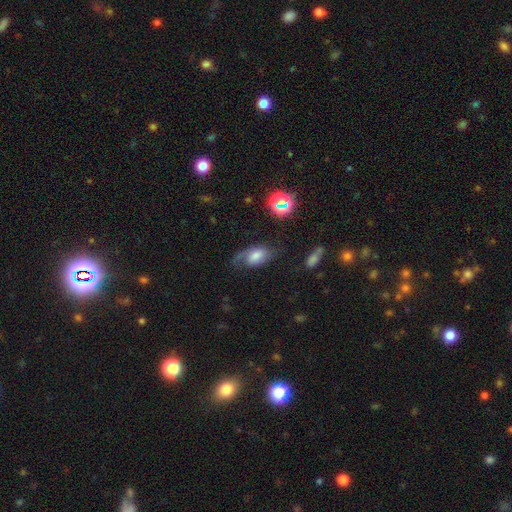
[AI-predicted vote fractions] Morphology: type=featured or disk (47%); merging=none (48%).